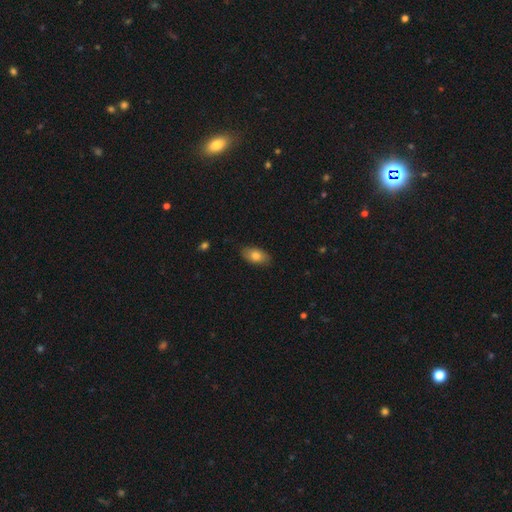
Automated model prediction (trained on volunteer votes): smooth_or_featured: smooth (p=0.79) [alt: featured or disk p=0.14]
how_rounded: in between (p=0.91) [alt: round p=0.06]
merging: none (p=0.86) [alt: minor disturbance p=0.11]